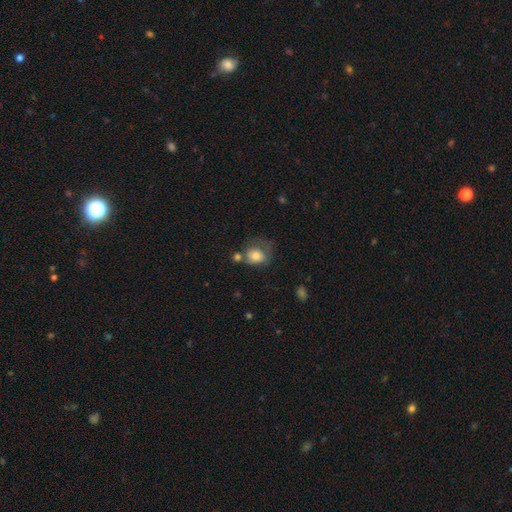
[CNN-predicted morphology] The model was most divided on "merging": none: 32%, major disturbance: 28%, minor disturbance: 25%, merger: 15%. More confident: smooth or featured — smooth (70%); how rounded — round (58%).